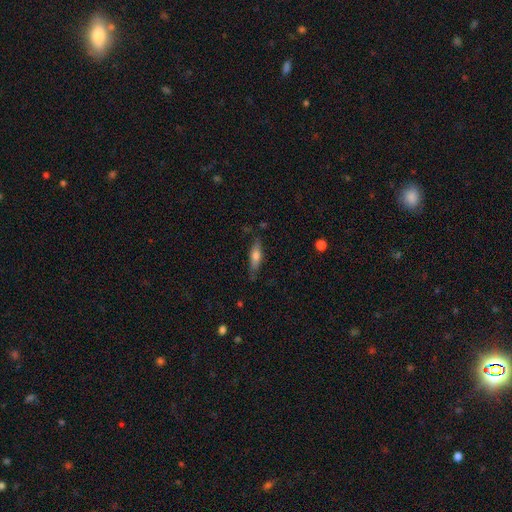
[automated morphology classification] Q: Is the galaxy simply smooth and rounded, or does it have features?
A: smooth — 60%.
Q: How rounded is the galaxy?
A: cigar-shaped — 67%.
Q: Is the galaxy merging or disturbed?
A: none — 76%.